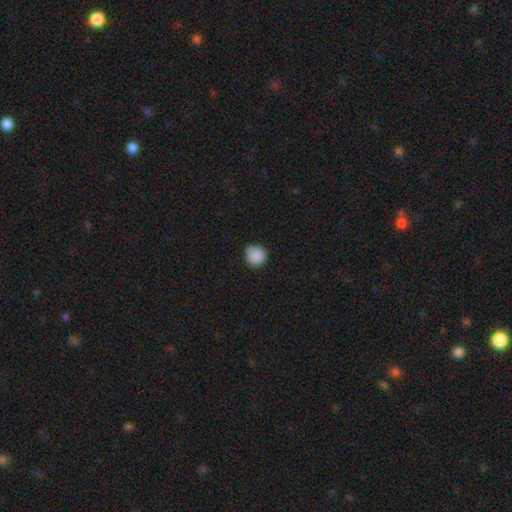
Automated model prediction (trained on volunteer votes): This appears to be a smooth galaxy with no disk features (88%) that is round (91%). Merging: none (75%).